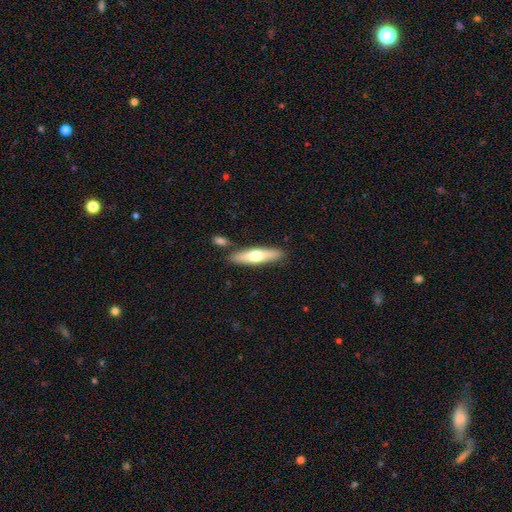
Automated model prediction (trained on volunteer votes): This appears to be a smooth galaxy with no disk features (57%) that is cigar-shaped (73%). Merging: none (80%).